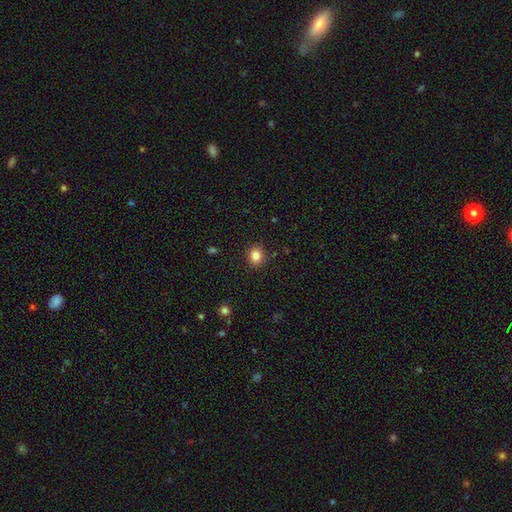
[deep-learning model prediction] The model was most divided on "how rounded": round: 69%, in between: 30%, cigar-shaped: 1%. More confident: merging — none (88%); smooth or featured — smooth (84%).